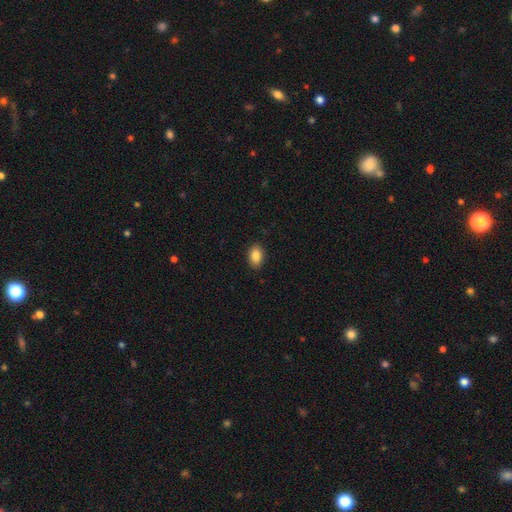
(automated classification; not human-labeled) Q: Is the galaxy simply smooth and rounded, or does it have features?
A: smooth — 86%.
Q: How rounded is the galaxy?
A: in between — 87%.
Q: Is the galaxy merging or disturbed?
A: none — 89%.